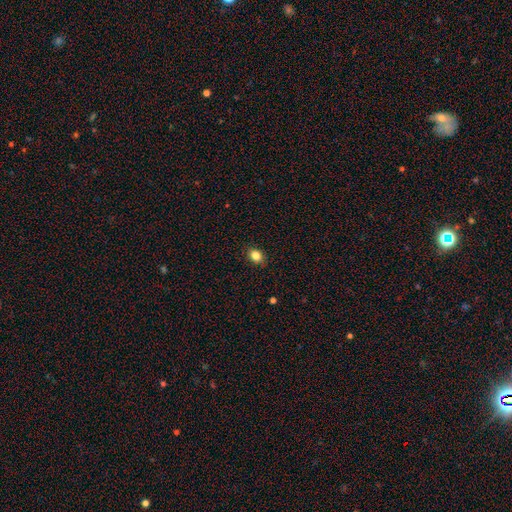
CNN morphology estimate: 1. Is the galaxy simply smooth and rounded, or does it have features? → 84% smooth, 10% star or artifact, 5% featured or disk.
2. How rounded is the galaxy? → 62% in between, 37% round, 1% cigar-shaped.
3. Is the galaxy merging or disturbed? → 89% none, 8% minor disturbance, 2% major disturbance, 1% merger.